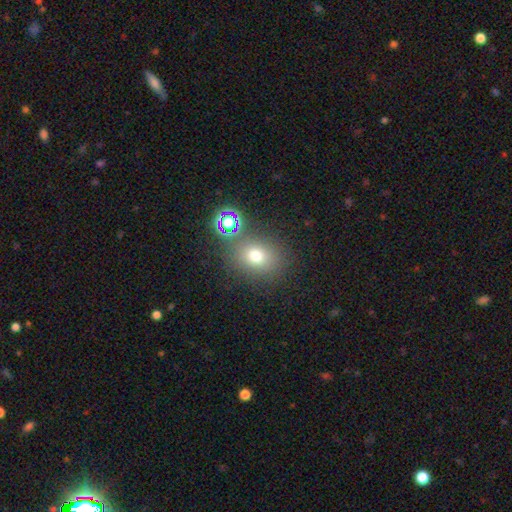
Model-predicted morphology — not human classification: type=smooth (70%); roundness=round (60%); merging=none (76%).